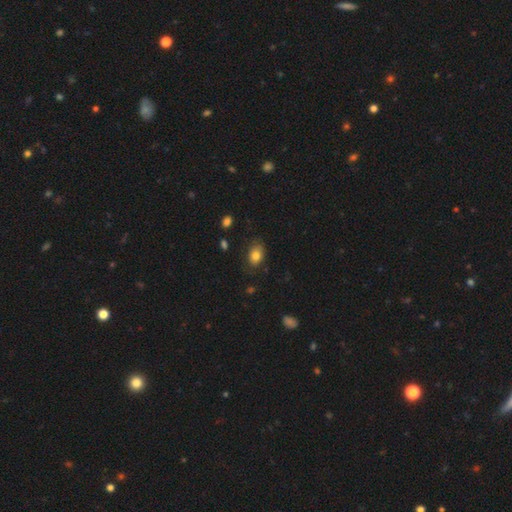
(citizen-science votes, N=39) This appears to be a smooth galaxy with no disk features (85%) that is in between round and cigar-shaped (79%). Merging: none (78%).